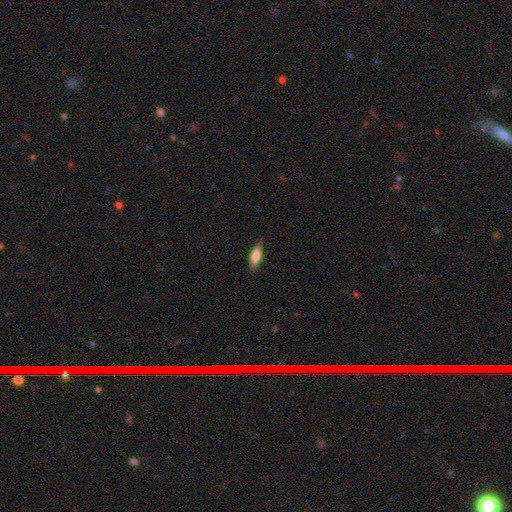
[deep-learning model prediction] Smooth or featured?
  - smooth: 66% *
  - featured or disk: 28%
  - star or artifact: 6%
How rounded?
  - cigar-shaped: 60% *
  - in between: 38%
  - round: 2%
Merging?
  - none: 85% *
  - minor disturbance: 11%
  - major disturbance: 2%
  - merger: 1%